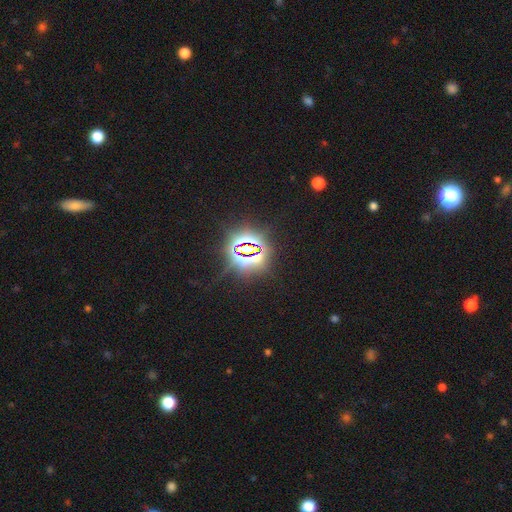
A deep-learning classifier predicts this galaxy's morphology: This is clearly a star or artifact rather than a galaxy (80%).